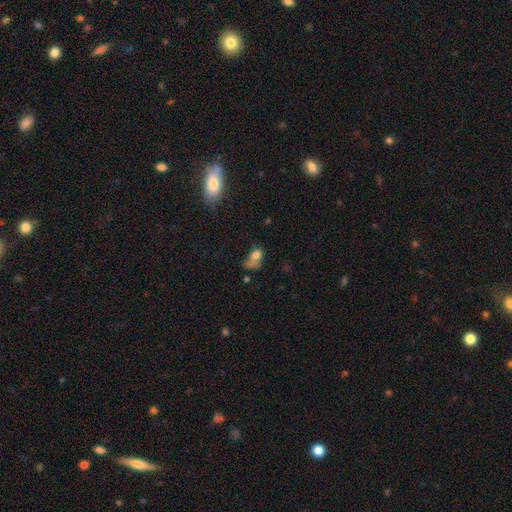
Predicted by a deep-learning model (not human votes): smooth_or_featured: smooth (p=0.68) [alt: featured or disk p=0.18]
how_rounded: in between (p=0.64) [alt: round p=0.34]
merging: major disturbance (p=0.38) [alt: none p=0.23]